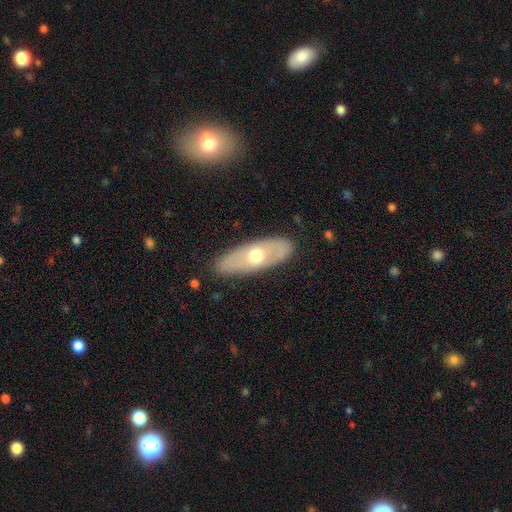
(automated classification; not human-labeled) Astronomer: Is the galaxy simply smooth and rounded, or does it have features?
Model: smooth — 50% (runner-up: featured or disk, 45%).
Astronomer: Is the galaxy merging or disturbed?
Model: none — 85%.